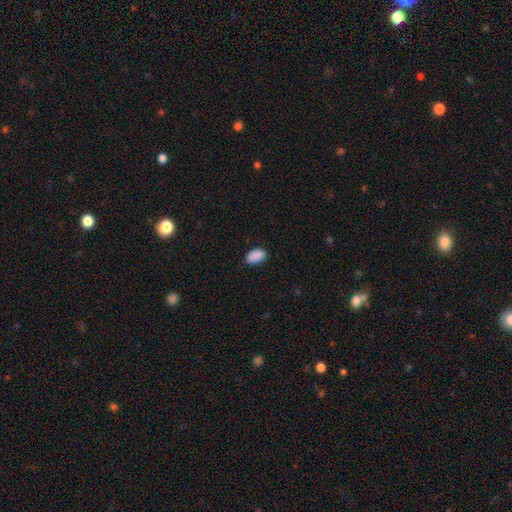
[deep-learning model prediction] This is clearly a smooth galaxy (89%). How rounded: clearly in between (92%). Merging: likely none (79%).